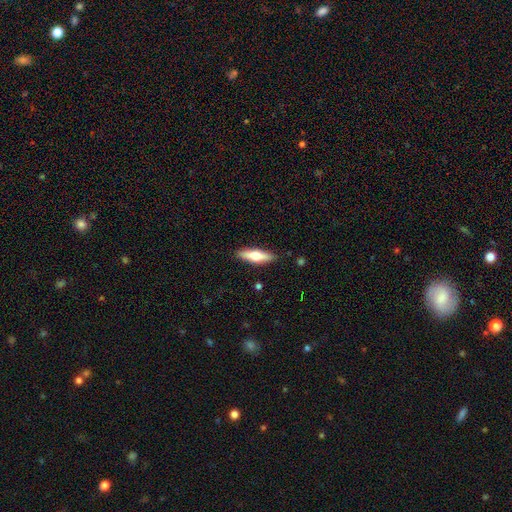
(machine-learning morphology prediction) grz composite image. It shows a smooth galaxy with no disk features (53%) that is cigar-shaped (59%). Merging: none (88%).